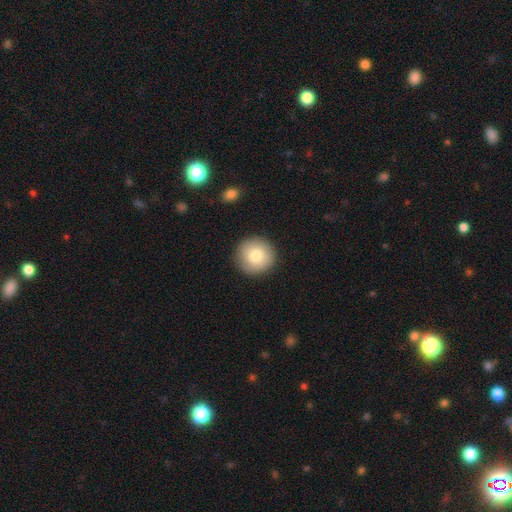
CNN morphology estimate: smooth 79%, featured or disk 13%, star or artifact 8%. Down the decision tree: how rounded — round (95%); merging — none (90%).